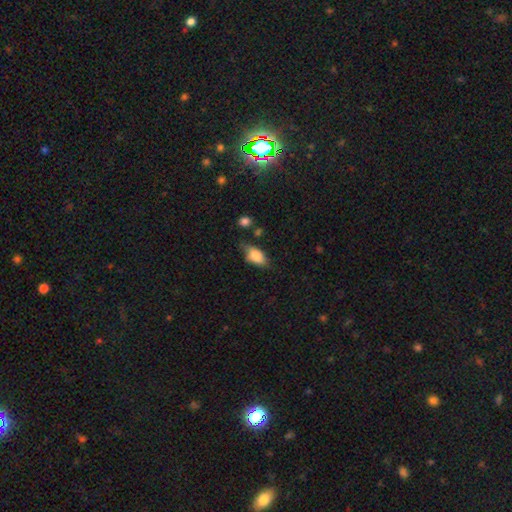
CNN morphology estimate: Smooth or featured: smooth — 79% (featured or disk — 13%)
How rounded: in between — 87% (cigar-shaped — 7%)
Merging: none — 59% (minor disturbance — 29%)